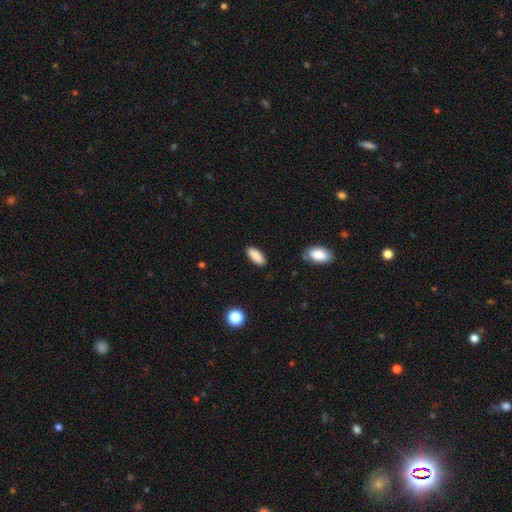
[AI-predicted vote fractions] smooth 88%, star or artifact 7%, featured or disk 5%. Down the decision tree: how rounded — in between (77%); merging — none (87%).